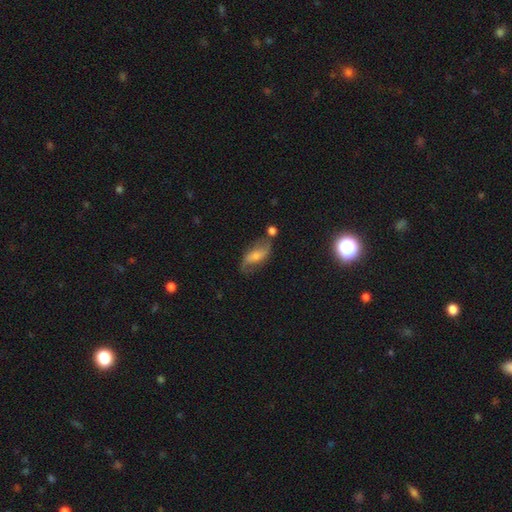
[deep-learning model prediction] The model was most divided on "bulge size": small: 41%, moderate: 38%, none: 10%, large: 8%, dominant: 2%. Remaining: edge-on disk — no (90%); spiral arms — yes (87%); smooth or featured — featured or disk (60%); merging — none (58%); bar — no (43%).